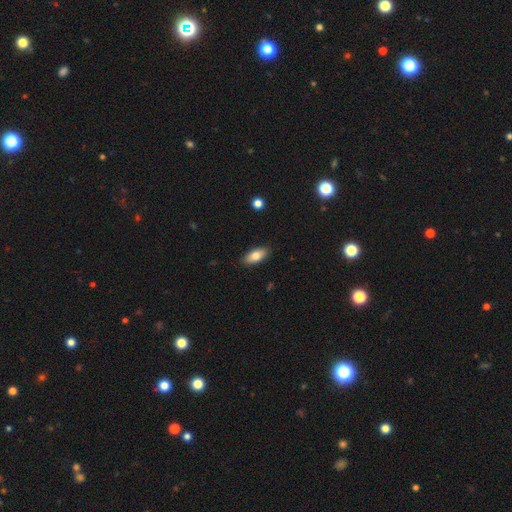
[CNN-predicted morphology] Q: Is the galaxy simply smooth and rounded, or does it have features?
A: smooth — 78%.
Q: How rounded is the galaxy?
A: in between — 87%.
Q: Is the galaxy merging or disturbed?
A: none — 88%.